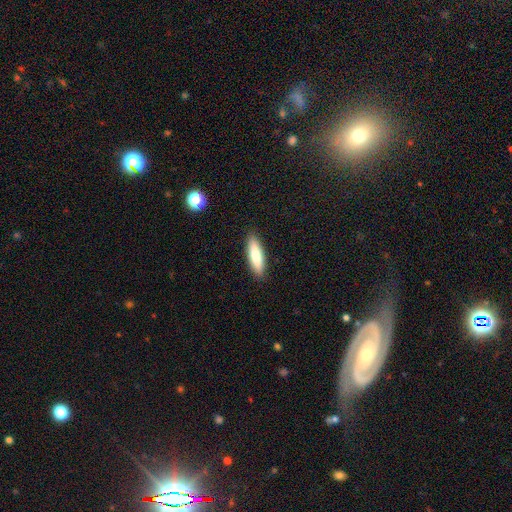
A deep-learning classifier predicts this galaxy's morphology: Smooth or featured? smooth (78%)
How rounded? cigar-shaped (61%)
Merging? none (90%)